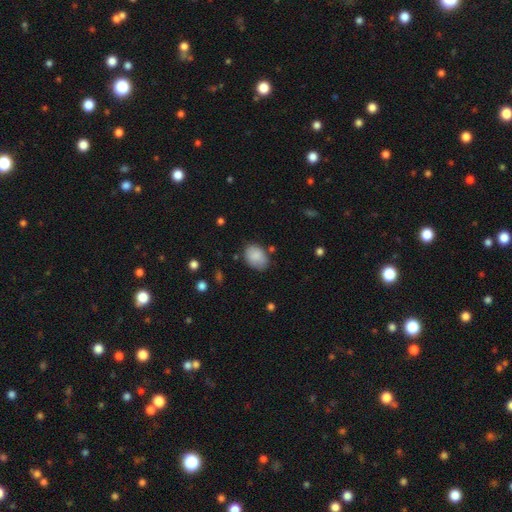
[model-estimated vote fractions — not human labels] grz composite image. It shows a smooth galaxy with no disk features (86%) that is in between round and cigar-shaped (76%). Merging: none (71%).